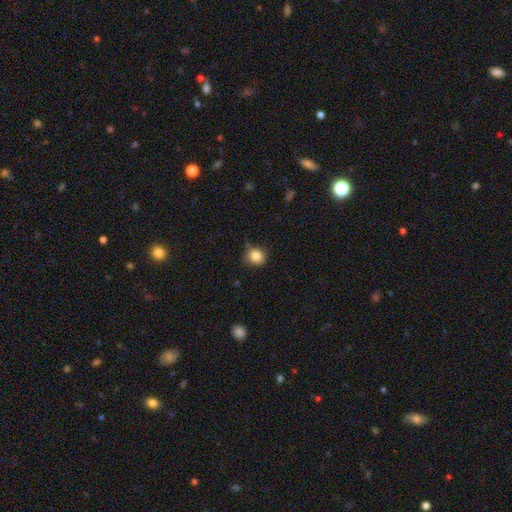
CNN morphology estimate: smooth-or-featured: smooth: 85% | star or artifact: 10% | featured or disk: 5%
  how-rounded: round: 81% | in between: 18% | cigar-shaped: 1%
  merging: none: 76% | minor disturbance: 18% | major disturbance: 4% | merger: 3%